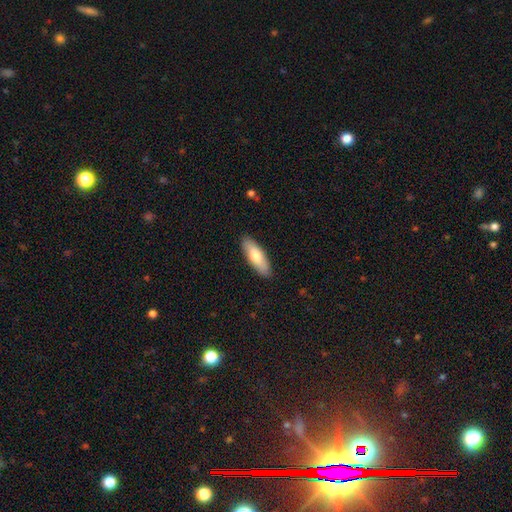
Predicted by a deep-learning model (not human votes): Smooth or featured?
  - smooth: 73% *
  - featured or disk: 22%
  - star or artifact: 5%
How rounded?
  - in between: 60% *
  - cigar-shaped: 38%
  - round: 2%
Merging?
  - none: 88% *
  - minor disturbance: 9%
  - major disturbance: 2%
  - merger: 1%